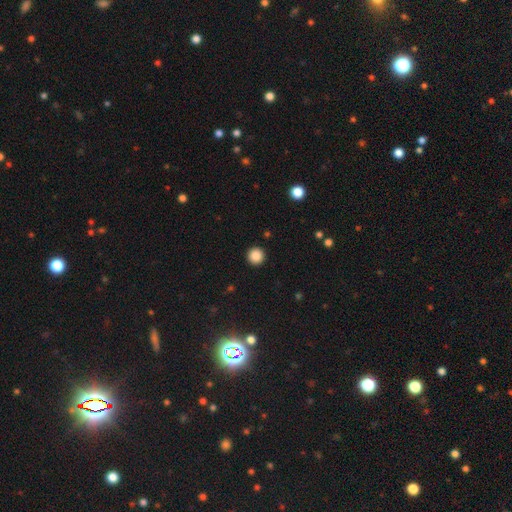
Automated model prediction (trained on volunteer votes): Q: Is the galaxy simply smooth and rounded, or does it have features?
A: smooth — 87%.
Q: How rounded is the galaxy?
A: round — 96%.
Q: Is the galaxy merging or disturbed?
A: none — 93%.